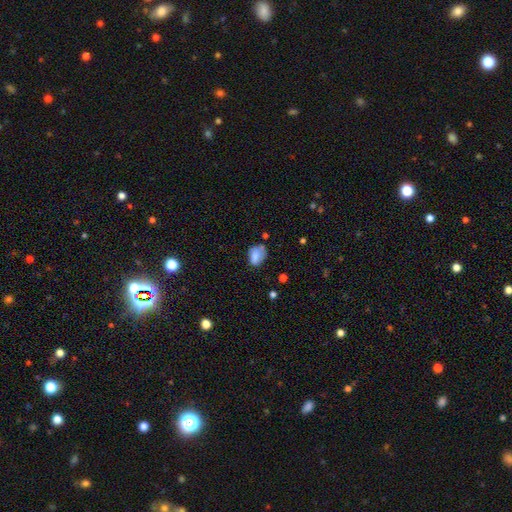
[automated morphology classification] A smooth galaxy with no disk features (77%) that is in between round and cigar-shaped (76%). Merging: none (49%).